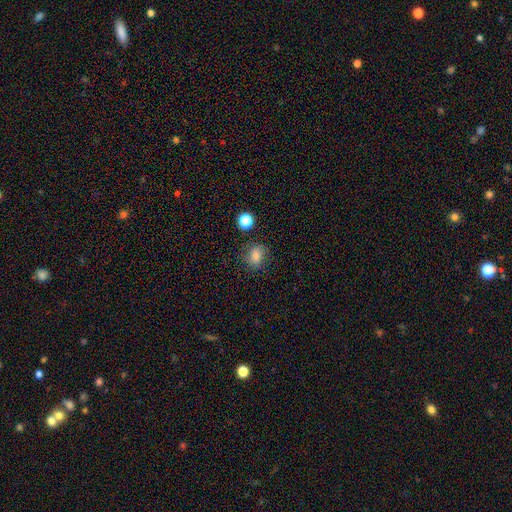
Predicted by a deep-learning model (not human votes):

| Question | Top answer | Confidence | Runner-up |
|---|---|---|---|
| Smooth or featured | smooth | 76% | star or artifact (14%) |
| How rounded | round | 59% | in between (40%) |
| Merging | none | 78% | minor disturbance (14%) |